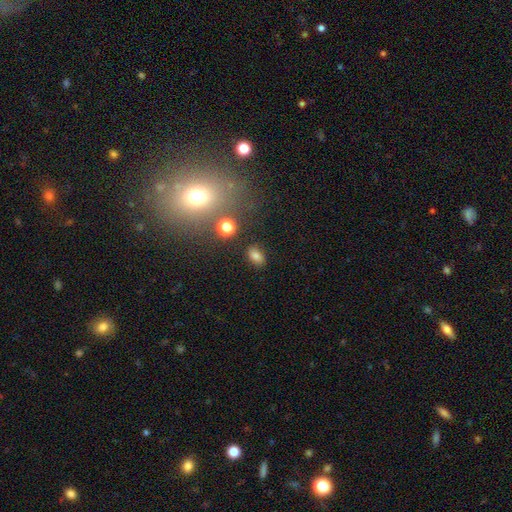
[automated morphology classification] type=smooth (77%); roundness=in between (82%); merging=none (82%).